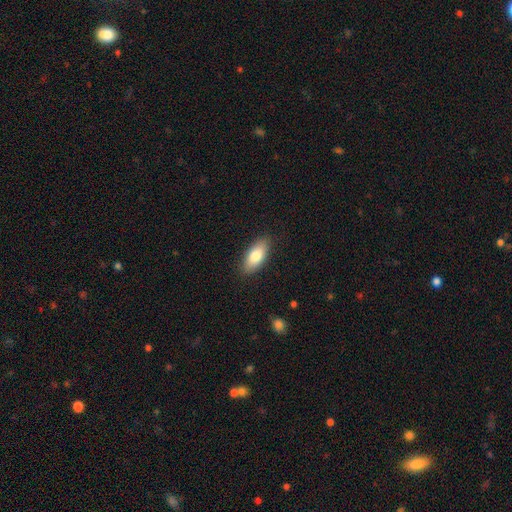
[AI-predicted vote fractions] Smooth or featured?
  - smooth: 80% *
  - featured or disk: 13%
  - star or artifact: 6%
How rounded?
  - in between: 84% *
  - cigar-shaped: 14%
  - round: 2%
Merging?
  - none: 87% *
  - minor disturbance: 10%
  - major disturbance: 2%
  - merger: 1%